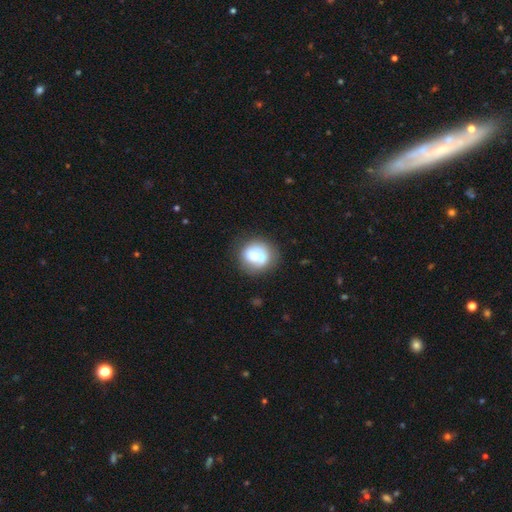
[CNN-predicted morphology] Smooth or featured? Predicted: smooth (p=0.61). How rounded? Predicted: round (p=0.78). Merging? Predicted: none (p=0.60).